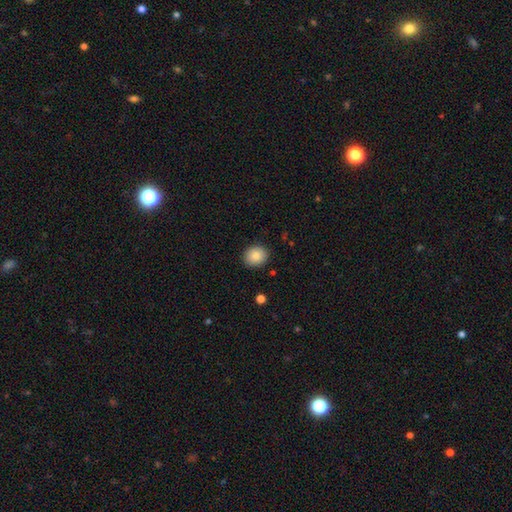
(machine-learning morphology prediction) smooth_or_featured: smooth (p=0.85) [alt: star or artifact p=0.09]
how_rounded: round (p=0.71) [alt: in between p=0.28]
merging: none (p=0.89) [alt: minor disturbance p=0.08]